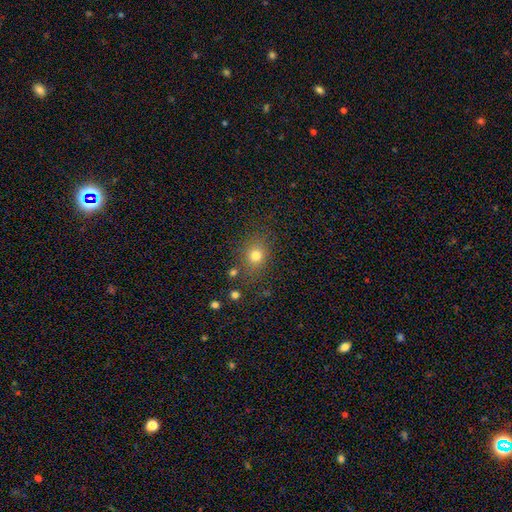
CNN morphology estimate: The model was most divided on "how rounded": round: 63%, in between: 36%, cigar-shaped: 1%. More confident: merging — none (80%); smooth or featured — smooth (76%).